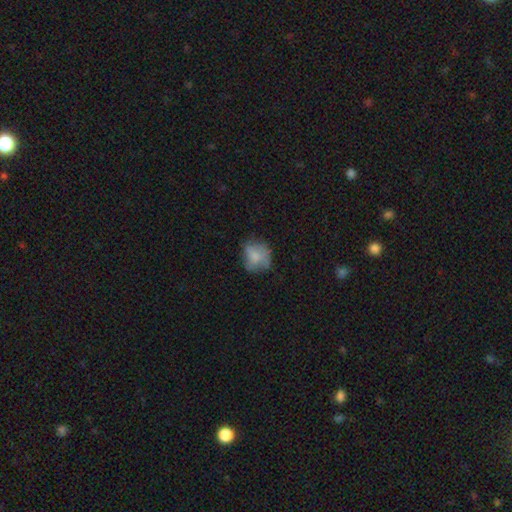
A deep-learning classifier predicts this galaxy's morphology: This appears to be a smooth galaxy with no disk features (63%) that is round (65%). Merging: none (53%).